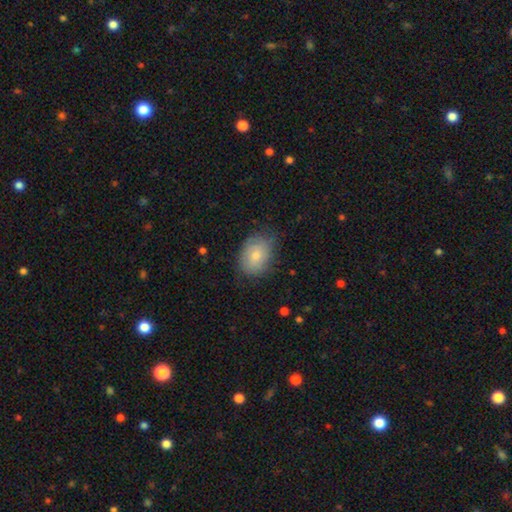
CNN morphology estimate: type=smooth (71%); roundness=in between (75%); merging=none (66%).